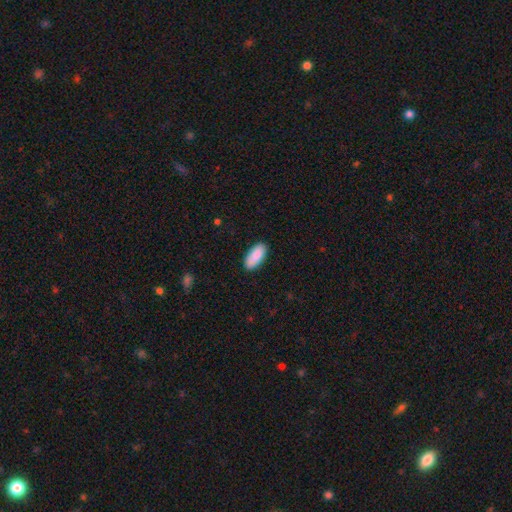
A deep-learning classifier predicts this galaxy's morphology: Overall: smooth (89%). How rounded: in between (90%). Merging: none (87%).